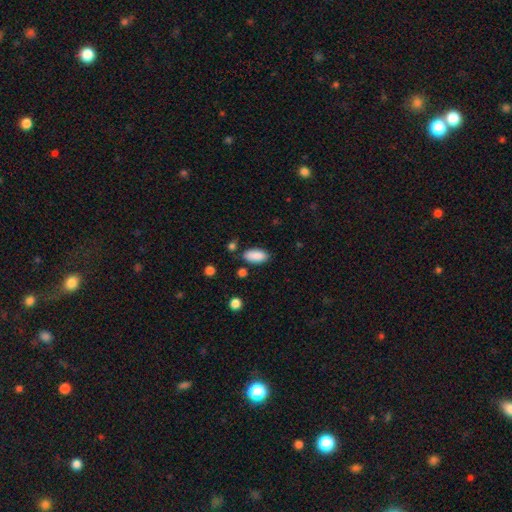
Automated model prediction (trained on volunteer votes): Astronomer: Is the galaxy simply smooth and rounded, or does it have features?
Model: smooth — 89%.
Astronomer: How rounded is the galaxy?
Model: in between — 92%.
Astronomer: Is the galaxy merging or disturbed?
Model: none — 81%.